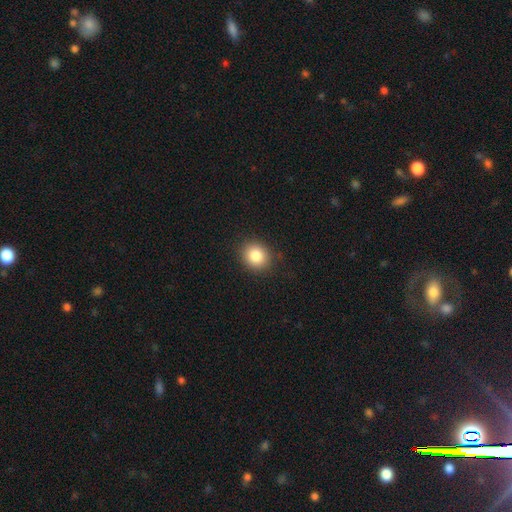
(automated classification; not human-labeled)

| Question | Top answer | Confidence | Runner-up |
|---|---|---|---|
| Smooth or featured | smooth | 84% | star or artifact (10%) |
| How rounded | round | 74% | in between (25%) |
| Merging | none | 88% | minor disturbance (8%) |